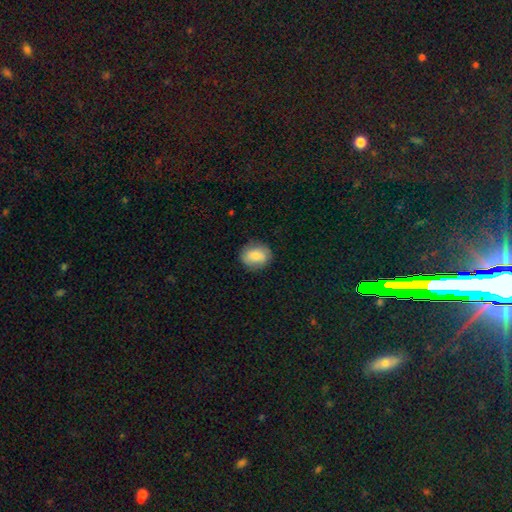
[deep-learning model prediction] Q: Smooth or featured?
A: smooth (82%); runner-up: featured or disk (10%)
Q: How rounded?
A: round (58%); runner-up: in between (41%)
Q: Merging?
A: none (82%); runner-up: minor disturbance (14%)